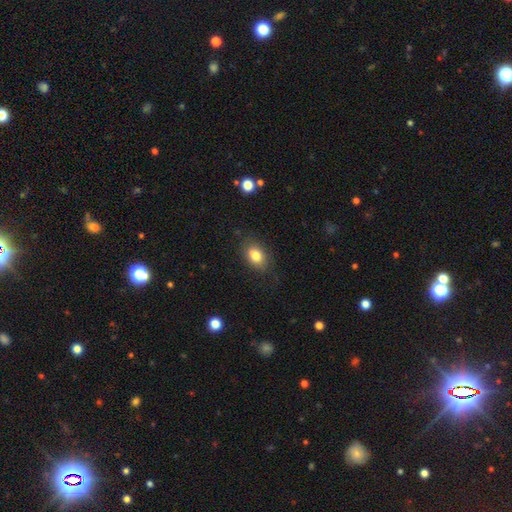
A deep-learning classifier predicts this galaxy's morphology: Q: Smooth or featured?
A: smooth (80%); runner-up: featured or disk (11%)
Q: How rounded?
A: in between (82%); runner-up: round (17%)
Q: Merging?
A: none (75%); runner-up: minor disturbance (17%)